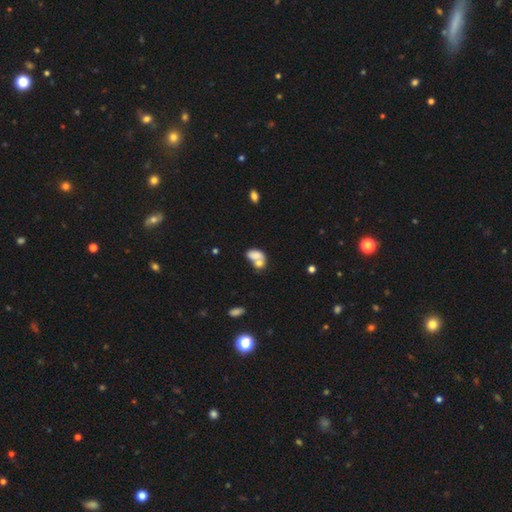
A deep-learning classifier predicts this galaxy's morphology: A smooth galaxy with no disk features (71%) that is in between round and cigar-shaped (83%). Merging: merger (63%).